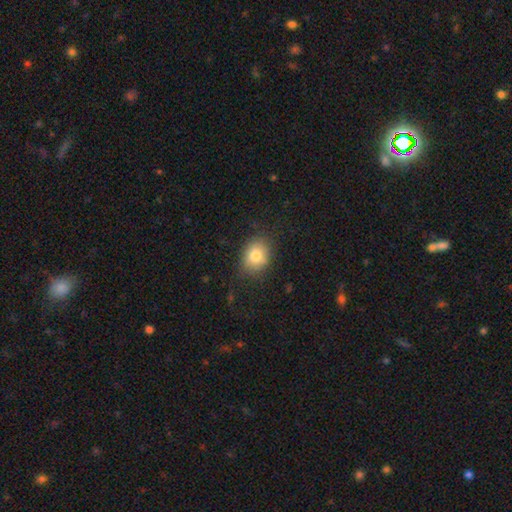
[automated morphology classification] Smooth or featured? smooth (80%)
How rounded? in between (53%)
Merging? none (81%)